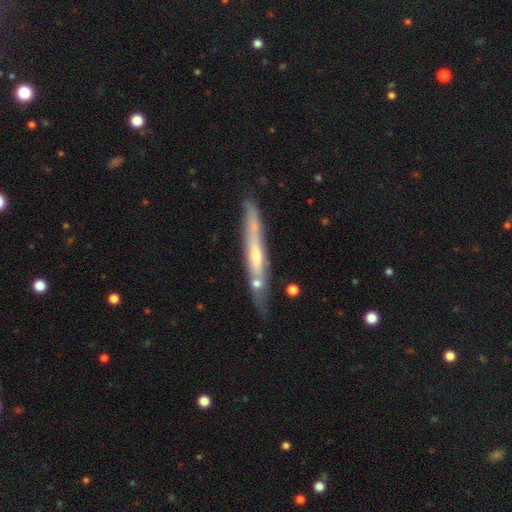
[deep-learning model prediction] smooth_or_featured: featured or disk (p=0.66) [alt: smooth p=0.28]
disk_edge_on: yes (p=0.88) [alt: no p=0.12]
edge_on_bulge: rounded (p=0.49) [alt: none p=0.43]
merging: none (p=0.72) [alt: minor disturbance p=0.17]